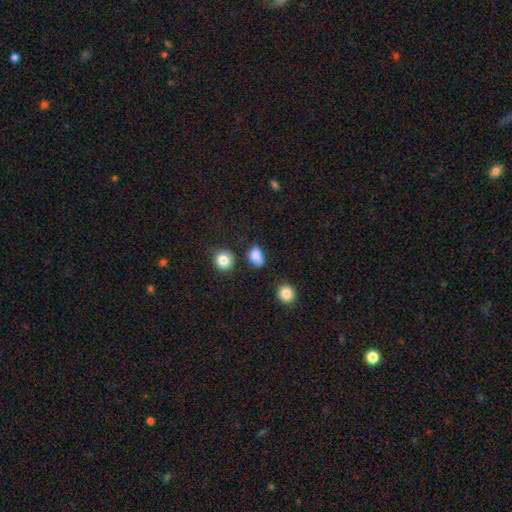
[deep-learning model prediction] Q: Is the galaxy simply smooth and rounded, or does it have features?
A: smooth — 84%.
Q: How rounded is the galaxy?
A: in between — 75%.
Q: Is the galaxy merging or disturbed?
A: none — 65%.